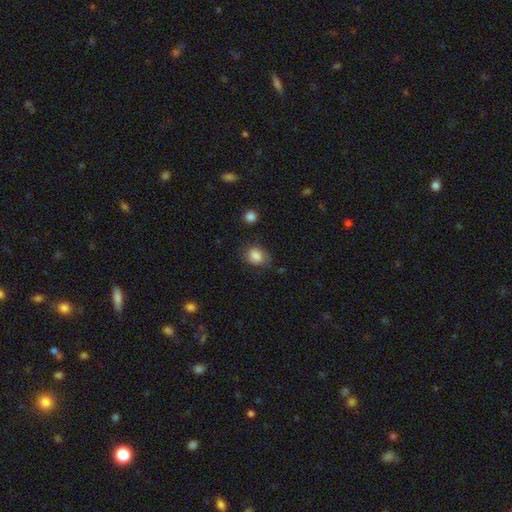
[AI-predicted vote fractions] Overall: smooth (79%). How rounded: in between (56%; round 43%). Merging: none (65%).